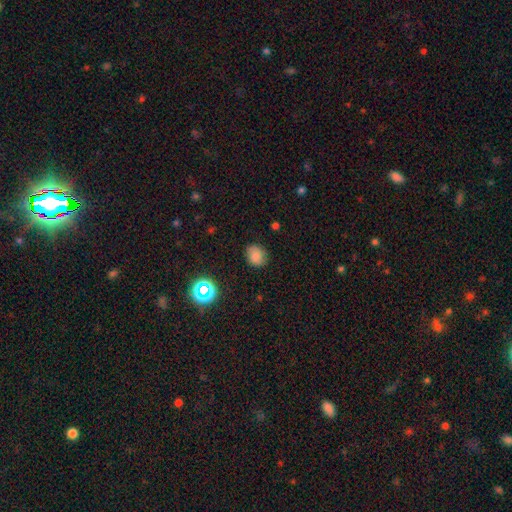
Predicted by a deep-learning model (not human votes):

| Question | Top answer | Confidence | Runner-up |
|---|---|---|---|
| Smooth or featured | smooth | 78% | star or artifact (15%) |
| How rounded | round | 61% | in between (38%) |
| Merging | none | 80% | minor disturbance (15%) |